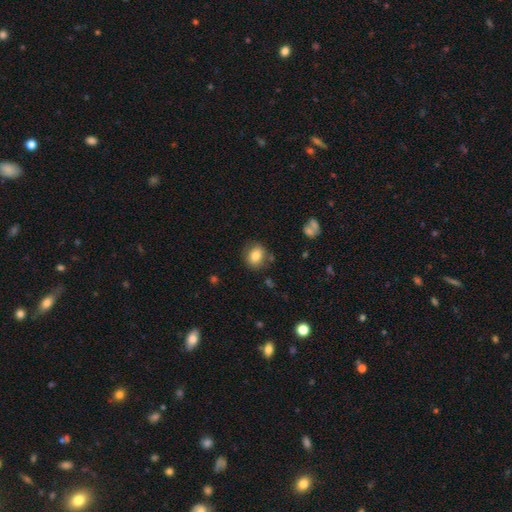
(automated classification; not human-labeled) smooth 80%, featured or disk 10%, star or artifact 9%. Down the decision tree: how rounded — round (57%); merging — none (80%).